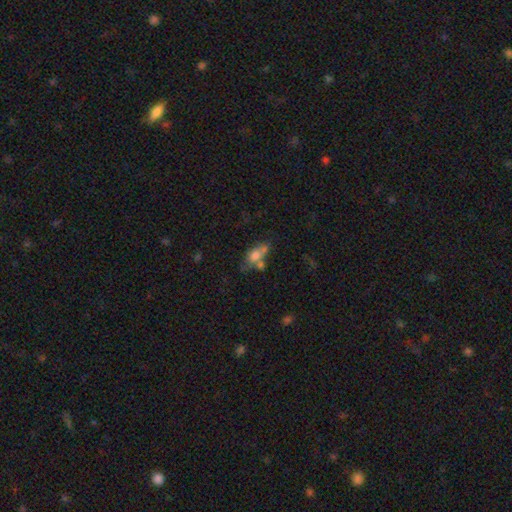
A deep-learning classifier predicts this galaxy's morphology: smooth-or-featured: smooth: 63% | featured or disk: 25% | star or artifact: 12%
  how-rounded: in between: 75% | round: 15% | cigar-shaped: 10%
  merging: merger: 37% | none: 35% | minor disturbance: 17% | major disturbance: 12%